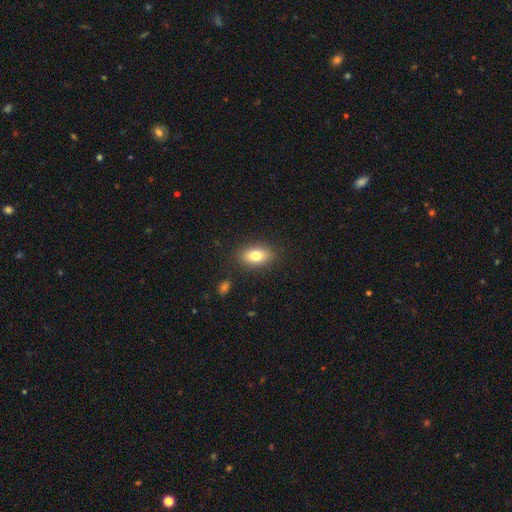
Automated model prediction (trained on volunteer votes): smooth_or_featured: smooth (p=0.79) [alt: featured or disk p=0.13]
how_rounded: in between (p=0.87) [alt: round p=0.08]
merging: none (p=0.86) [alt: minor disturbance p=0.10]